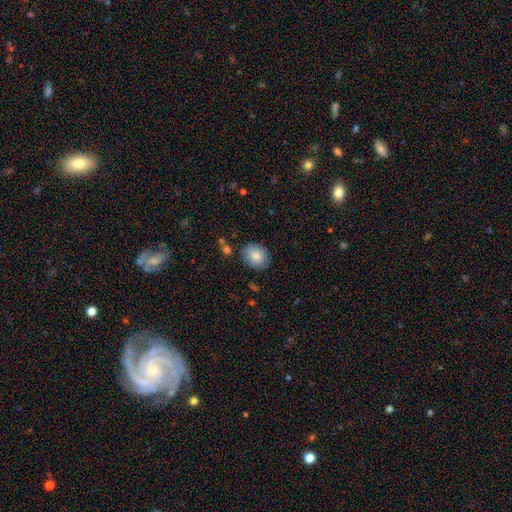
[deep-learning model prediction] Smooth or featured: smooth — 84% (featured or disk — 9%)
How rounded: round — 60% (in between — 39%)
Merging: none — 82% (minor disturbance — 12%)